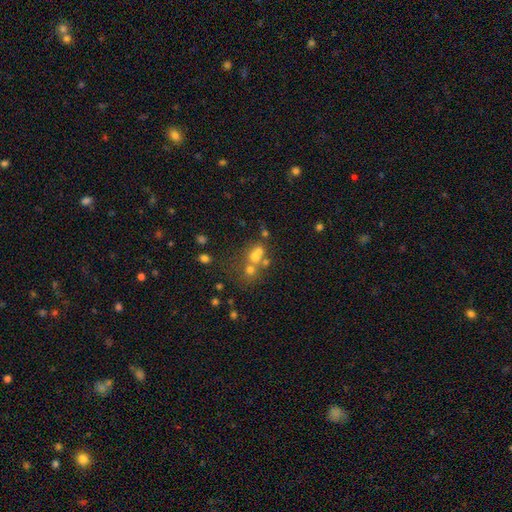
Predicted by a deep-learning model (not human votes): This is possibly a smooth galaxy (52%). How rounded: likely round (70%). Merging: possibly merger (51%).